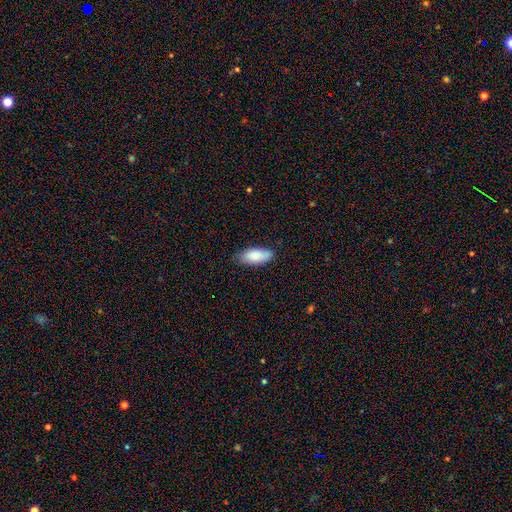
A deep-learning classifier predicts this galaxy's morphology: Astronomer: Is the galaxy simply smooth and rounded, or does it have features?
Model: smooth — 84%.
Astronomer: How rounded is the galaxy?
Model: in between — 84%.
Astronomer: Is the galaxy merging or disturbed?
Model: none — 77%.